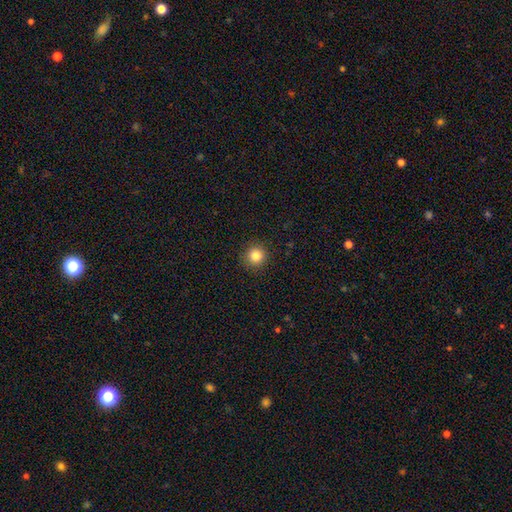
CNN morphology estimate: A smooth galaxy with no disk features (84%) that is round (95%).

Vote fractions:
- Smooth or featured? smooth: 84% / star or artifact: 11% / featured or disk: 5%
- How rounded? round: 95% / in between: 4% / cigar-shaped: 1%
- Merging? none: 91% / minor disturbance: 6% / major disturbance: 2% / merger: 1%